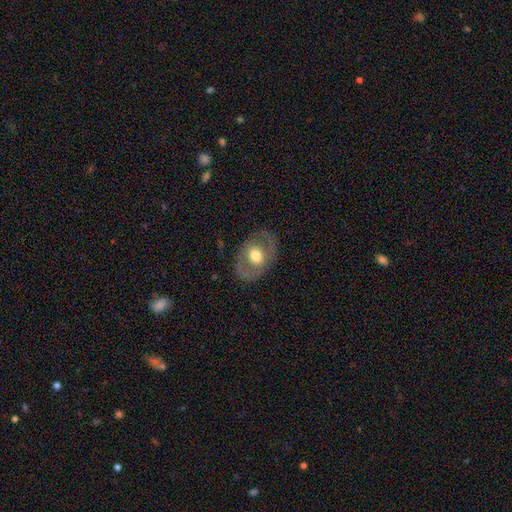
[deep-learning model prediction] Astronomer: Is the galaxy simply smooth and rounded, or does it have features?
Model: smooth — 49% (runner-up: featured or disk, 44%).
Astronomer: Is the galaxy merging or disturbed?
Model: none — 79%.